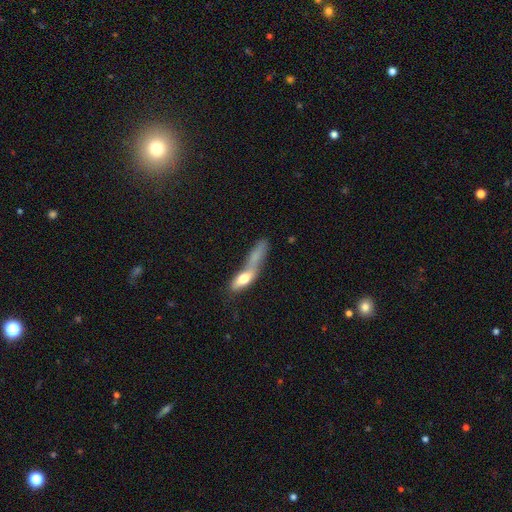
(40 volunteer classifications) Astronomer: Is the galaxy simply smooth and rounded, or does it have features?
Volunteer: smooth — 68%.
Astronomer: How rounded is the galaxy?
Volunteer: in between — 48%, tied with cigar-shaped at 48%.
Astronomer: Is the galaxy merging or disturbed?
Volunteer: merger — 46% (runner-up: none, 22%).